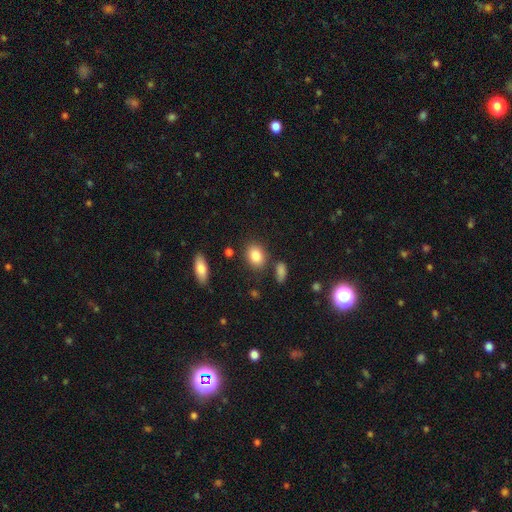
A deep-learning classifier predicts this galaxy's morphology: smooth-or-featured: smooth: 85% | star or artifact: 8% | featured or disk: 6%
  how-rounded: in between: 68% | round: 30% | cigar-shaped: 2%
  merging: none: 79% | minor disturbance: 11% | merger: 6% | major disturbance: 3%